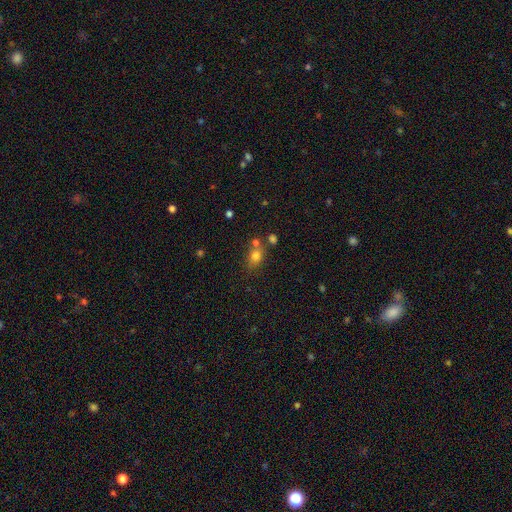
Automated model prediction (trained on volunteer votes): smooth 76%, star or artifact 14%, featured or disk 10%. Down the decision tree: how rounded — in between (51%); merging — none (58%).